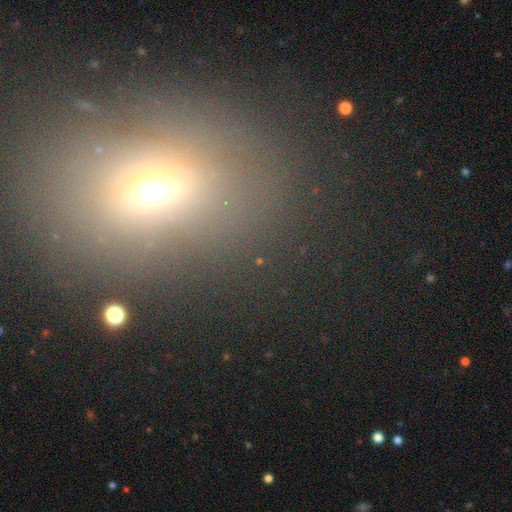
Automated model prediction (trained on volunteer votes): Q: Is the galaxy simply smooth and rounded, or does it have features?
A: smooth — 51%.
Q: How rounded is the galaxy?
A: in between — 50%.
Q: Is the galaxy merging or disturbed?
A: none — 75%.